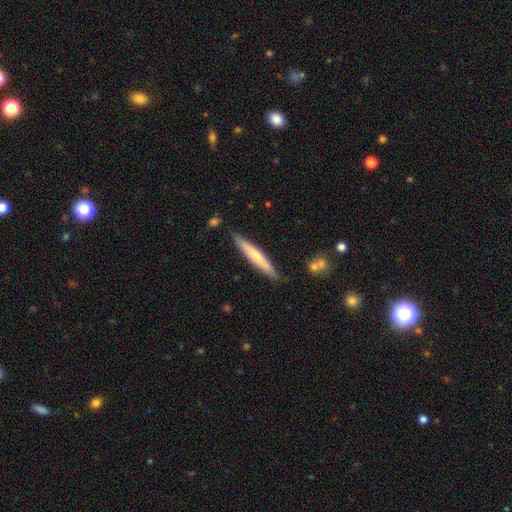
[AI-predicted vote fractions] smooth 57%, featured or disk 37%, star or artifact 5%. Down the decision tree: how rounded — cigar-shaped (94%); merging — none (87%).